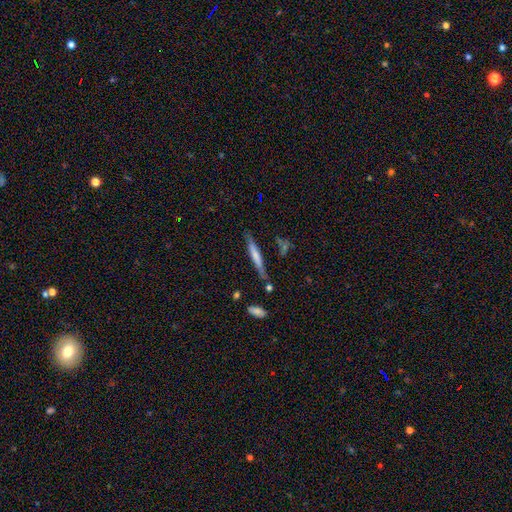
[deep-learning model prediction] Morphology: type=smooth (58%); roundness=cigar-shaped (92%); merging=none (71%).